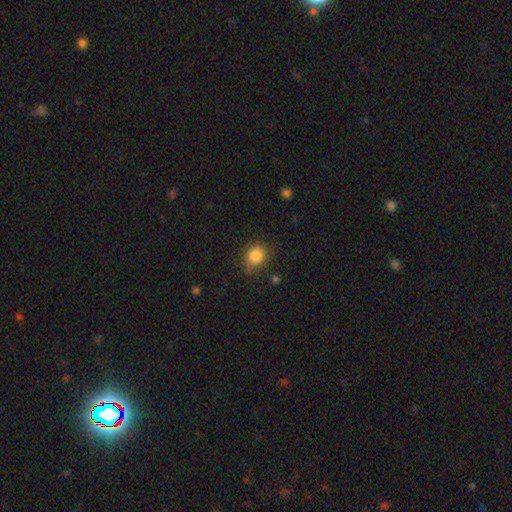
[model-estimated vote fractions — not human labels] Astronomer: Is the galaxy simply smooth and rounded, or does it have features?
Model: smooth — 85%.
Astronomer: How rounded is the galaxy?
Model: round — 65%.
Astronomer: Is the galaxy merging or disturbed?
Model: none — 69%.